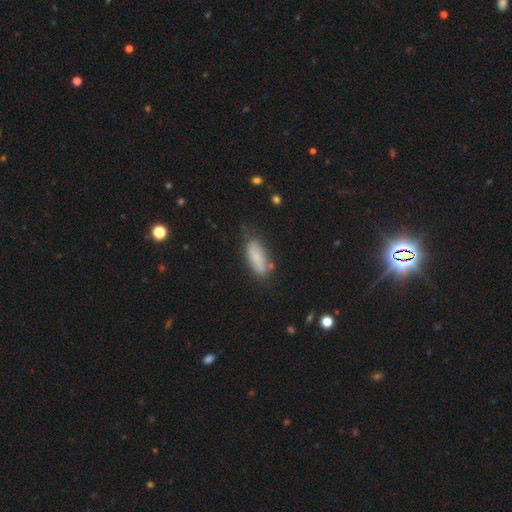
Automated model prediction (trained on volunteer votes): smooth 80%, featured or disk 12%, star or artifact 8%. Down the decision tree: how rounded — in between (71%); merging — none (70%).